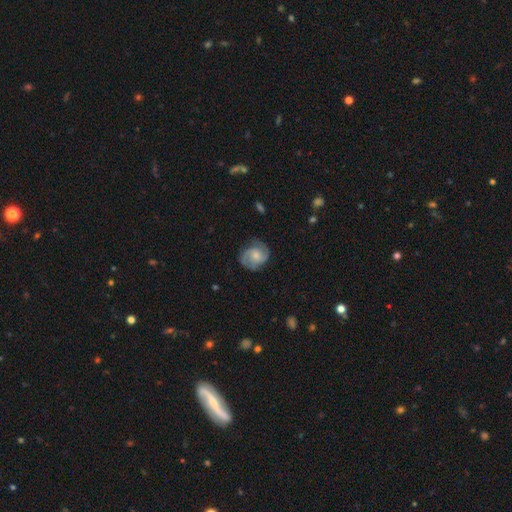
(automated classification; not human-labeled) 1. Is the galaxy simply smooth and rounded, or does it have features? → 78% featured or disk, 16% smooth, 6% star or artifact.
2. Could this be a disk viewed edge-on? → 98% no, 2% yes.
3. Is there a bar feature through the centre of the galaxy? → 58% no, 36% weak, 6% strong.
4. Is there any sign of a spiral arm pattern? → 96% yes, 4% no.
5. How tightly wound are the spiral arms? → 50% medium, 36% tight, 15% loose.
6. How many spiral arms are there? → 72% 2, 13% 3, 8% can't tell, 3% 1, 2% 4, 2% more than 4.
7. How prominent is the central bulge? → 46% small, 39% moderate, 10% none, 4% large, 1% dominant.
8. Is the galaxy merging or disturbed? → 76% none, 17% minor disturbance, 6% major disturbance, 1% merger.